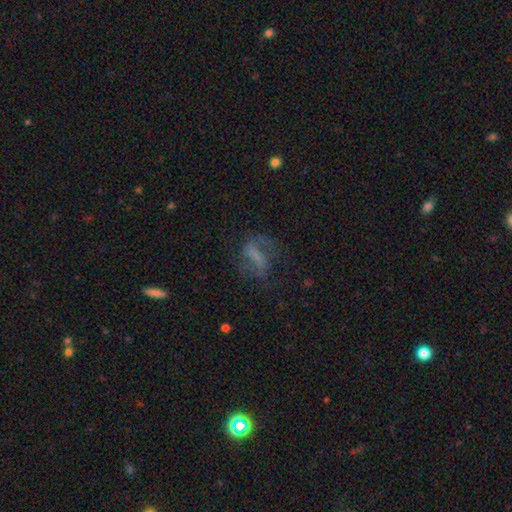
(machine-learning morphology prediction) Q: Smooth or featured?
A: featured or disk (57%); runner-up: smooth (29%)
Q: Edge-on disk?
A: no (90%); runner-up: yes (10%)
Q: Bar?
A: strong (55%); runner-up: weak (28%)
Q: Spiral arms?
A: yes (70%); runner-up: no (30%)
Q: Bulge size?
A: none (58%); runner-up: small (20%)
Q: Merging?
A: none (58%); runner-up: major disturbance (22%)